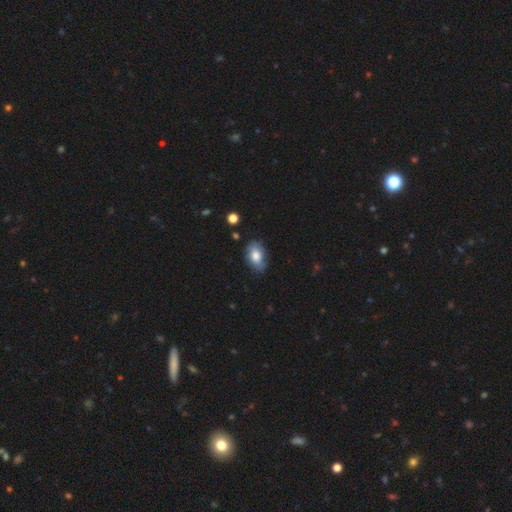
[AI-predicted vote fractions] smooth_or_featured: smooth (p=0.75) [alt: featured or disk p=0.17]
how_rounded: in between (p=0.87) [alt: round p=0.11]
merging: none (p=0.64) [alt: minor disturbance p=0.28]